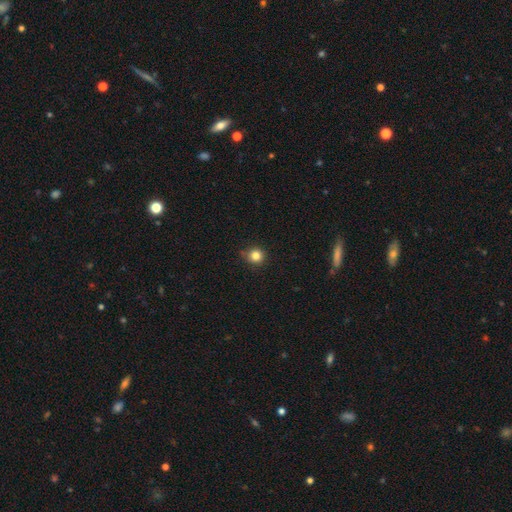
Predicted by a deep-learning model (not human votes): smooth-or-featured: smooth: 82% | star or artifact: 13% | featured or disk: 5%
  how-rounded: round: 91% | in between: 8% | cigar-shaped: 1%
  merging: none: 83% | minor disturbance: 13% | major disturbance: 2% | merger: 2%